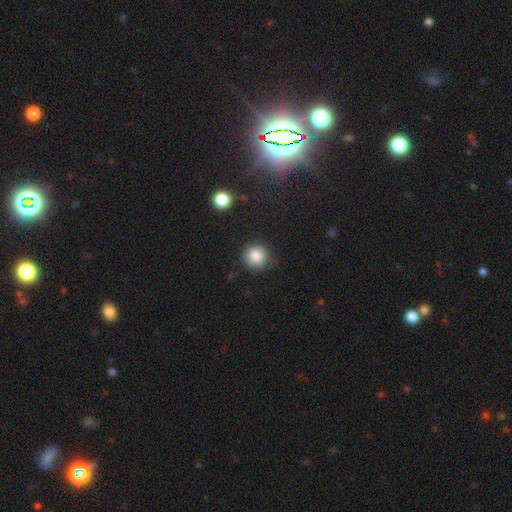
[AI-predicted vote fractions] Smooth or featured? Predicted: smooth (p=0.86). How rounded? Predicted: round (p=0.93). Merging? Predicted: none (p=0.81).